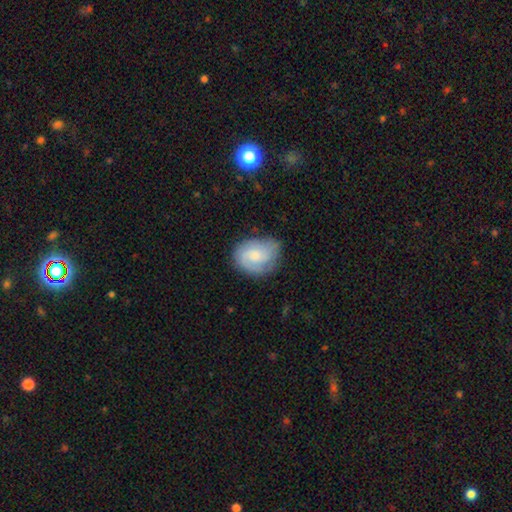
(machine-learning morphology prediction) type=featured or disk (51%); edge-on=no (97%); bar=no (64%); spiral arms=yes (88%); bulge=moderate (39%); merging=none (66%).